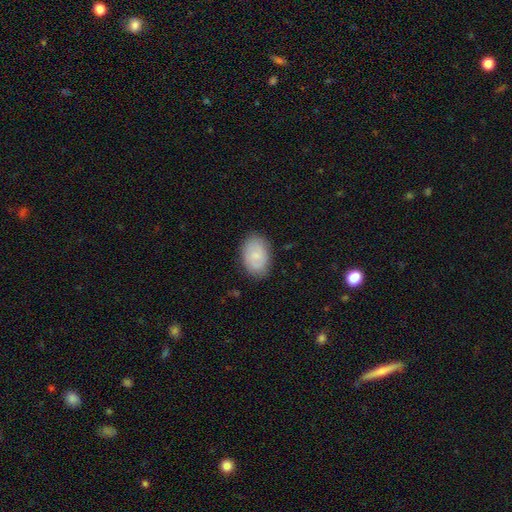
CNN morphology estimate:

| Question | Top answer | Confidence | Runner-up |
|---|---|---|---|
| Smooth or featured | smooth | 73% | featured or disk (20%) |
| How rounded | in between | 87% | round (12%) |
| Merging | none | 82% | minor disturbance (14%) |